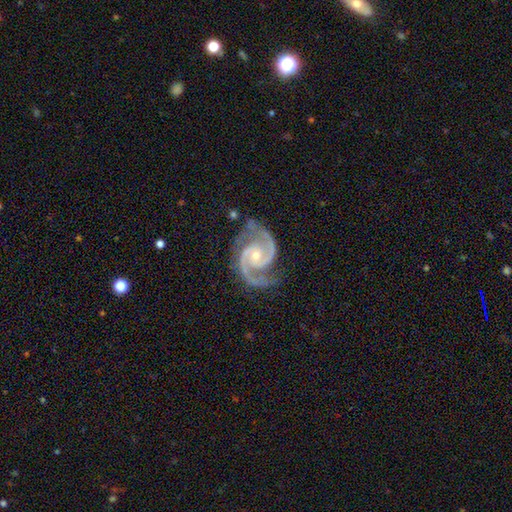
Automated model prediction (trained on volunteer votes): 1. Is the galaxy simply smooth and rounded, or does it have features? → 94% featured or disk, 4% star or artifact, 2% smooth.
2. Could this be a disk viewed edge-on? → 98% no, 2% yes.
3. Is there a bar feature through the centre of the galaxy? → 62% no, 28% weak, 10% strong.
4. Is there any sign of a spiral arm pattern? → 99% yes, 1% no.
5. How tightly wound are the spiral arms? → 57% medium, 37% tight, 7% loose.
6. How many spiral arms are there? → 93% 2, 3% 3, 1% can't tell, 1% 1, 1% 4, 1% more than 4.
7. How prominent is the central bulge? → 63% small, 34% moderate, 2% none, 1% large, 1% dominant.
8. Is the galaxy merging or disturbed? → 78% none, 16% minor disturbance, 5% major disturbance, 2% merger.